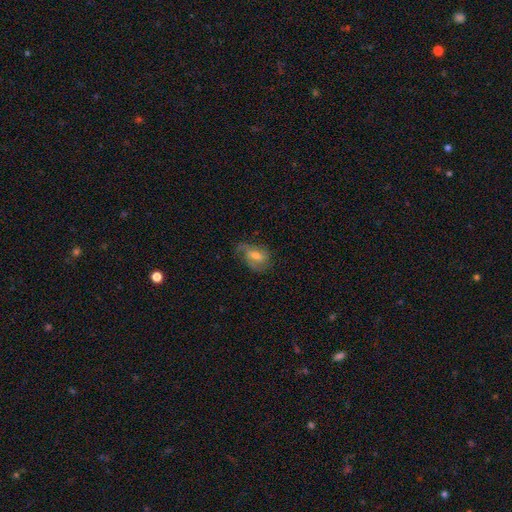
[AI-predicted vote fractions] This appears to be a featured or disk galaxy (61%) with a weak bar (47%), 2 (53%) medium (43%) spiral arms (86%) and a moderate central bulge (58%). Merging: none (57%).